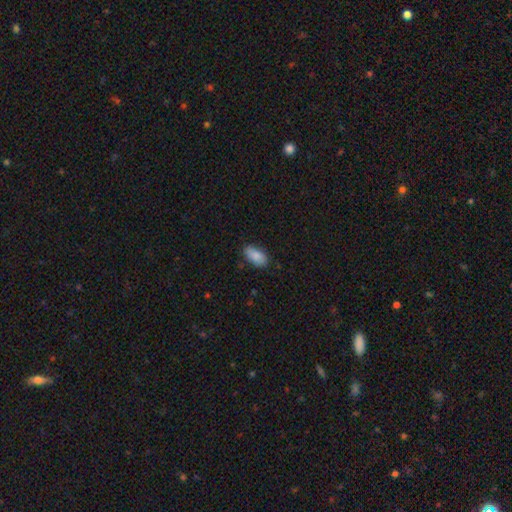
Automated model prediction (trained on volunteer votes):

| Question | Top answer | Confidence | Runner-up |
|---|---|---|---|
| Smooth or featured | smooth | 87% | star or artifact (7%) |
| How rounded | in between | 93% | cigar-shaped (4%) |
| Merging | none | 81% | minor disturbance (15%) |